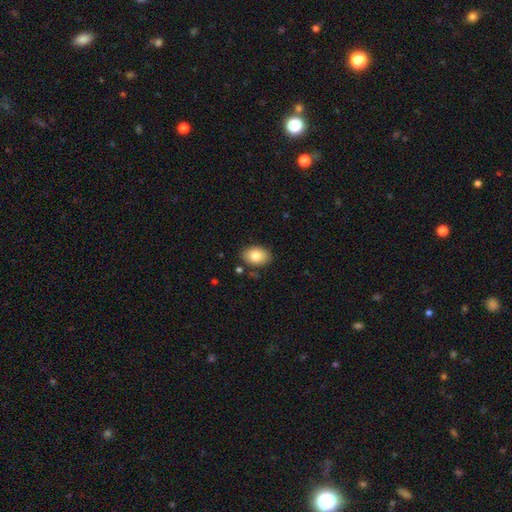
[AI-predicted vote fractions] Smooth or featured? smooth (82%)
How rounded? in between (81%)
Merging? none (85%)